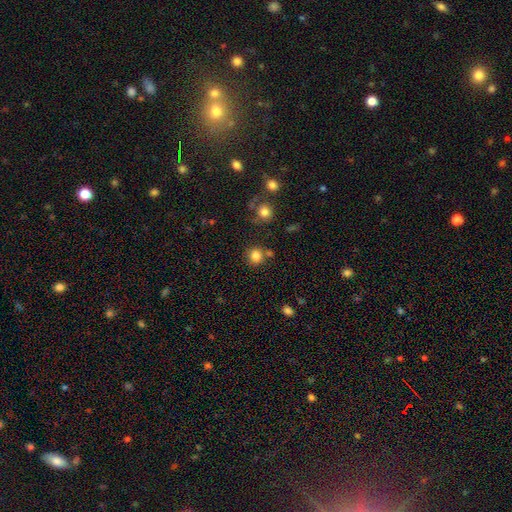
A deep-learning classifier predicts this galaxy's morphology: A smooth galaxy with no disk features (83%) that is round (87%).

Vote fractions:
- Smooth or featured? smooth: 83% / star or artifact: 11% / featured or disk: 6%
- How rounded? round: 87% / in between: 12% / cigar-shaped: 1%
- Merging? none: 76% / merger: 10% / minor disturbance: 10% / major disturbance: 4%